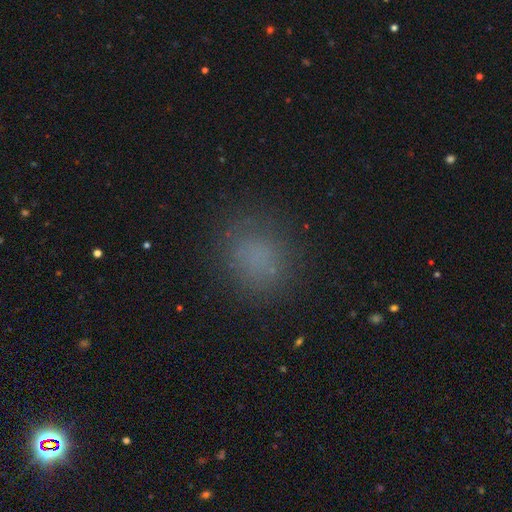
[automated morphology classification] This is likely a smooth galaxy (76%). How rounded: likely round (72%). Merging: clearly none (83%).